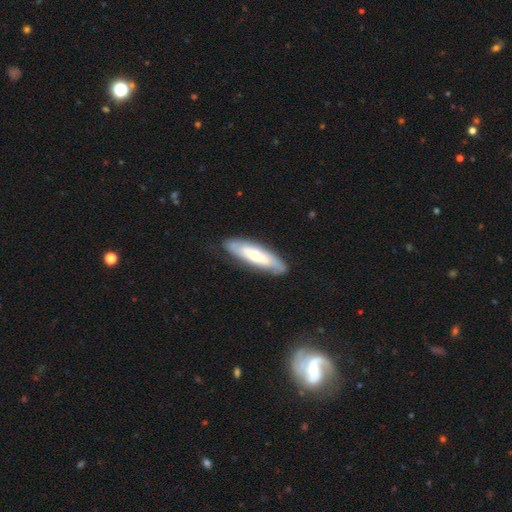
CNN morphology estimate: Smooth or featured?
  - smooth: 49% *
  - featured or disk: 45%
  - star or artifact: 5%
Merging?
  - none: 80% *
  - minor disturbance: 15%
  - major disturbance: 3%
  - merger: 2%